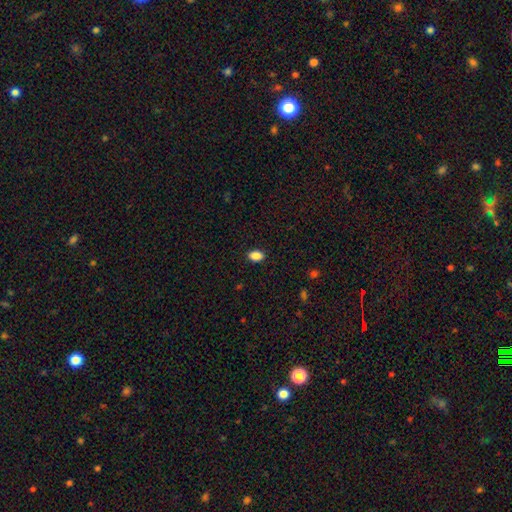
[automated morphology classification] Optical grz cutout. It shows a smooth galaxy with no disk features (87%) that is in between round and cigar-shaped (86%). Merging: none (89%).